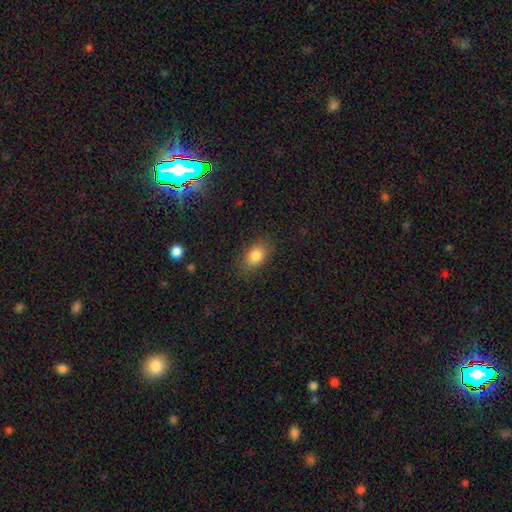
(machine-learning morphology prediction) This is clearly a smooth galaxy (84%). How rounded: clearly in between (83%). Merging: clearly none (82%).